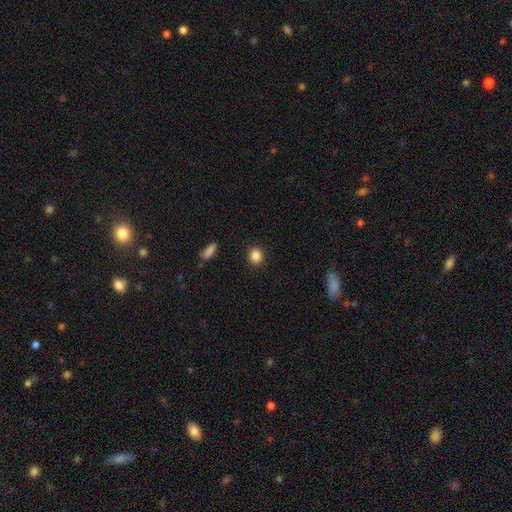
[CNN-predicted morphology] Smooth or featured? Predicted: smooth (p=0.87). How rounded? Predicted: round (p=0.82). Merging? Predicted: none (p=0.90).